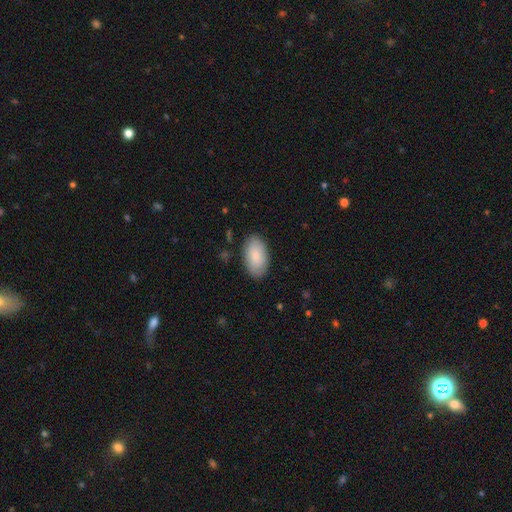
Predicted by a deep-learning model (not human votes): Smooth or featured: smooth — 82% (featured or disk — 12%)
How rounded: in between — 95% (round — 3%)
Merging: none — 85% (minor disturbance — 11%)